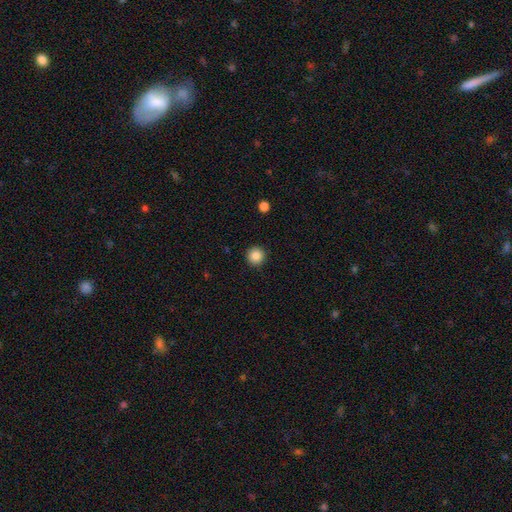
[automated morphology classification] Smooth or featured? smooth (86%)
How rounded? round (96%)
Merging? none (92%)